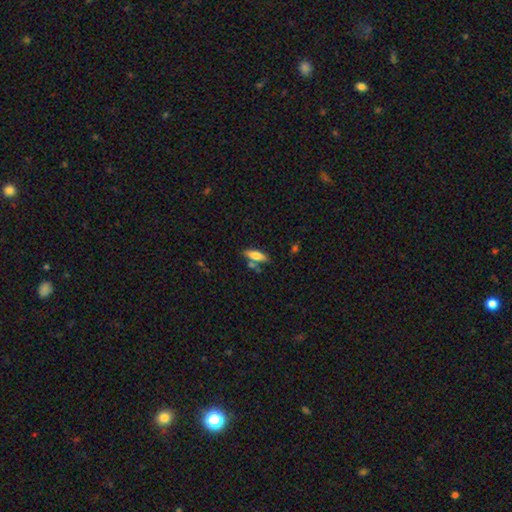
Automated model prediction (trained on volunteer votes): Q: Smooth or featured?
A: smooth (70%); runner-up: featured or disk (24%)
Q: How rounded?
A: in between (56%); runner-up: cigar-shaped (42%)
Q: Merging?
A: none (69%); runner-up: minor disturbance (14%)